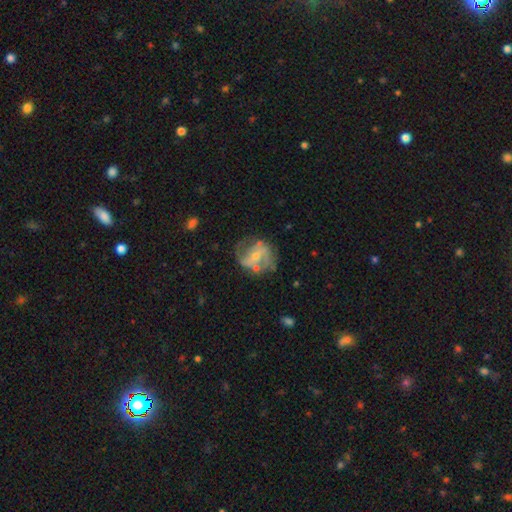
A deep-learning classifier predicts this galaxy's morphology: Smooth or featured? featured or disk (76%)
Edge-on disk? no (97%)
Bar? weak (44%)
Spiral arms? yes (85%)
Spiral winding? medium (44%)
Spiral arm count? 2 (78%)
Bulge size? small (57%)
Merging? none (57%)